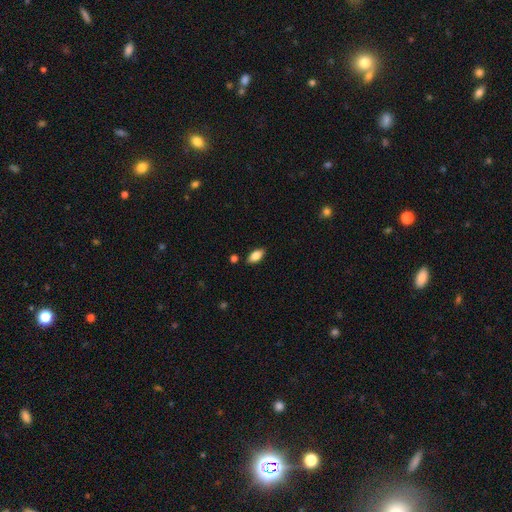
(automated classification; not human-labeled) This appears to be a smooth galaxy with no disk features (82%) that is in between round and cigar-shaped (90%). Merging: none (86%).